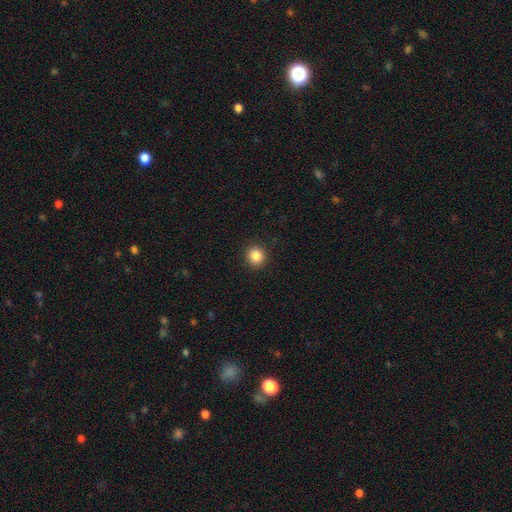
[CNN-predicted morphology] smooth-or-featured: smooth: 85% | star or artifact: 10% | featured or disk: 4%
  how-rounded: round: 90% | in between: 9% | cigar-shaped: 1%
  merging: none: 92% | minor disturbance: 5% | major disturbance: 2% | merger: 1%